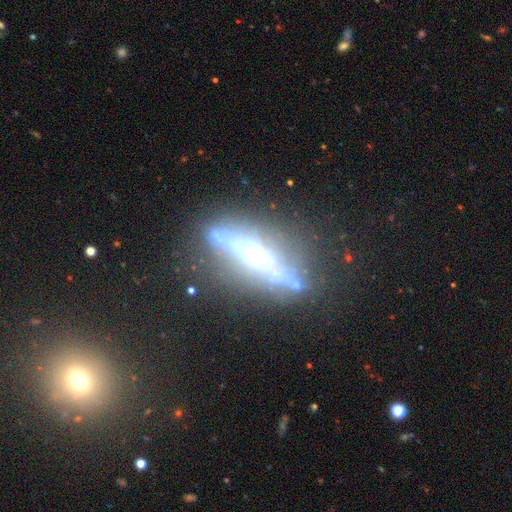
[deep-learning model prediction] This is likely a featured or disk galaxy (72%). It is likely viewed edge-on (71%). Edge-on bulge: possibly rounded (52%). Merging: likely none (62%).